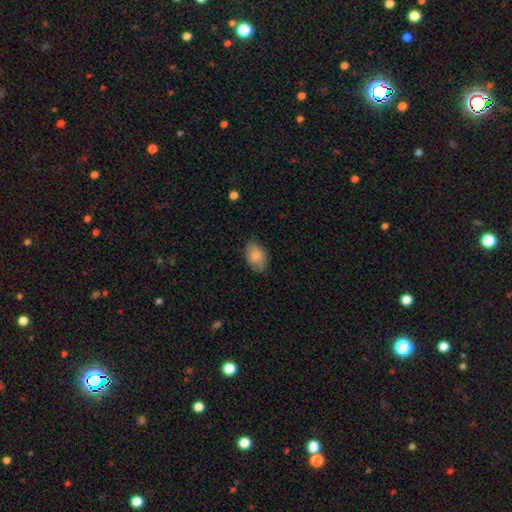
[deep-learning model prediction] Smooth or featured?
  - smooth: 83% *
  - featured or disk: 10%
  - star or artifact: 7%
How rounded?
  - in between: 88% *
  - round: 10%
  - cigar-shaped: 1%
Merging?
  - none: 81% *
  - minor disturbance: 15%
  - major disturbance: 3%
  - merger: 1%